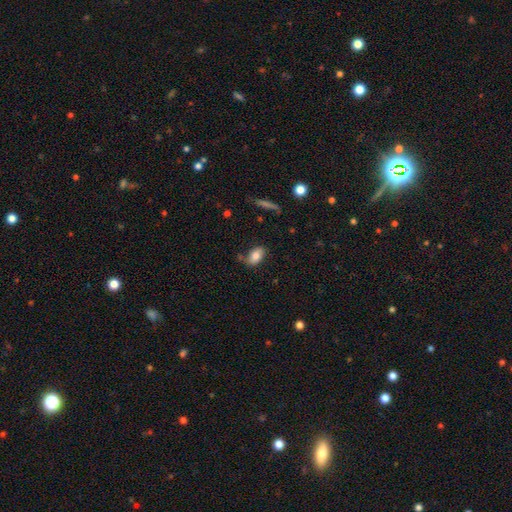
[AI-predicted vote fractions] smooth 78%, featured or disk 14%, star or artifact 8%. Down the decision tree: how rounded — in between (90%); merging — none (72%).